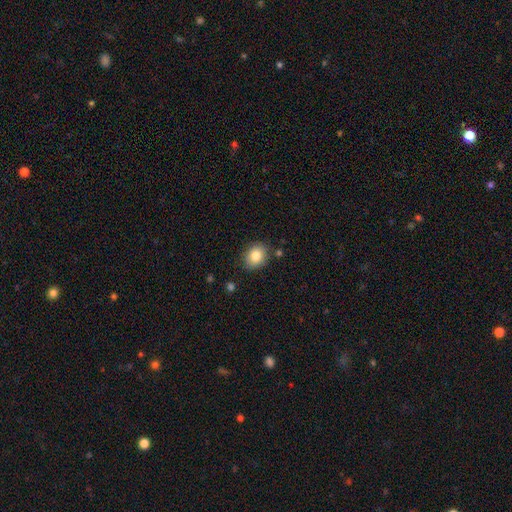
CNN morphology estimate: This is clearly a smooth galaxy (83%). How rounded: possibly round (55%). Merging: clearly none (84%).